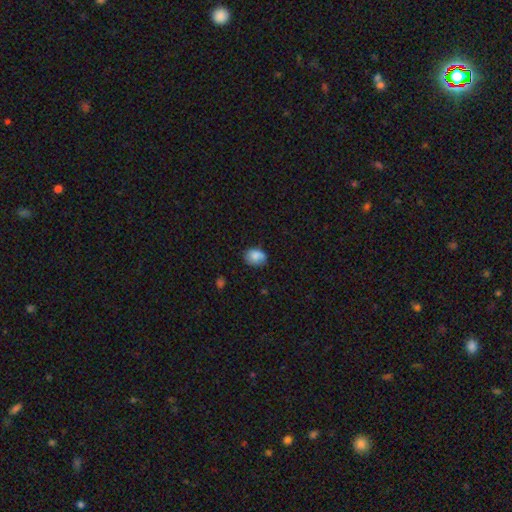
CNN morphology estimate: The model was most divided on "how rounded": in between: 60%, round: 39%, cigar-shaped: 1%. More confident: smooth or featured — smooth (85%); merging — none (67%).